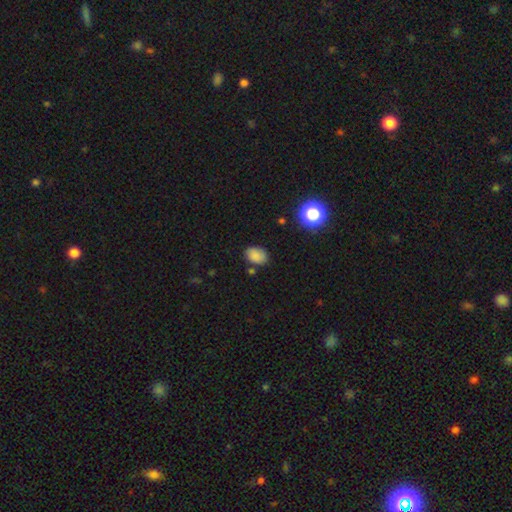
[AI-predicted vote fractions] This is clearly a smooth galaxy (84%). How rounded: likely in between (78%). Merging: likely none (78%).